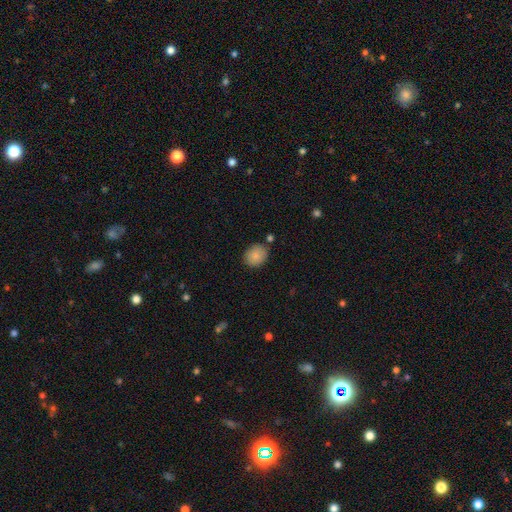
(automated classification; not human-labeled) smooth 87%, star or artifact 8%, featured or disk 6%. Down the decision tree: how rounded — round (58%); merging — none (80%).